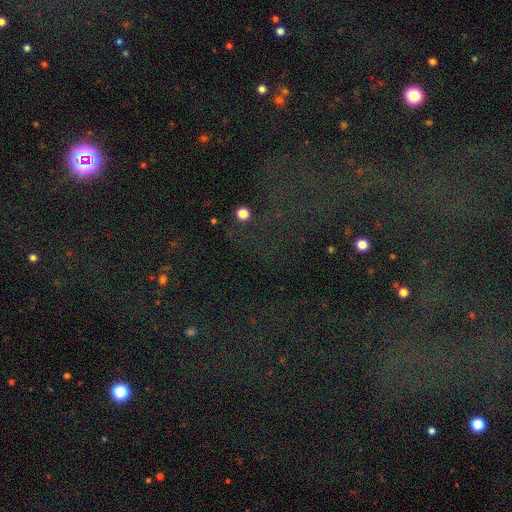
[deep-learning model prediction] Smooth or featured? star or artifact (77%)